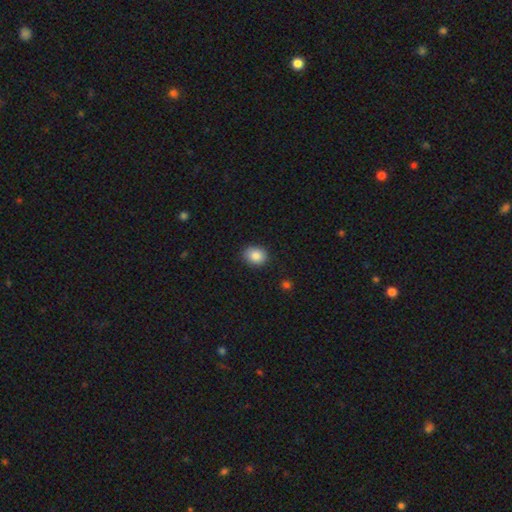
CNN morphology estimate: Smooth or featured? Predicted: smooth (p=0.86). How rounded? Predicted: round (p=0.55). Merging? Predicted: none (p=0.87).